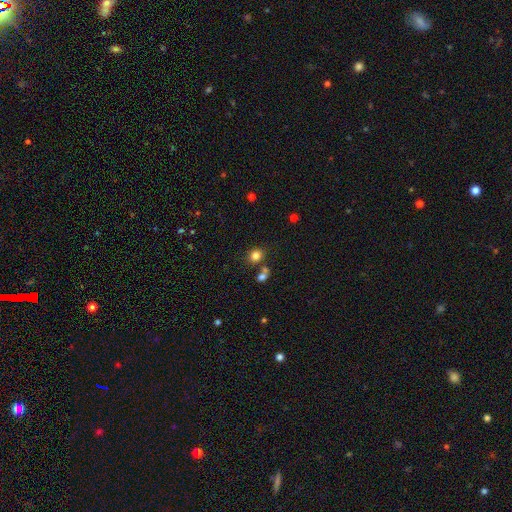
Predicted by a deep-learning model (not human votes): smooth-or-featured: smooth: 80% | star or artifact: 13% | featured or disk: 6%
  how-rounded: round: 77% | in between: 23% | cigar-shaped: 1%
  merging: none: 70% | merger: 17% | minor disturbance: 10% | major disturbance: 4%